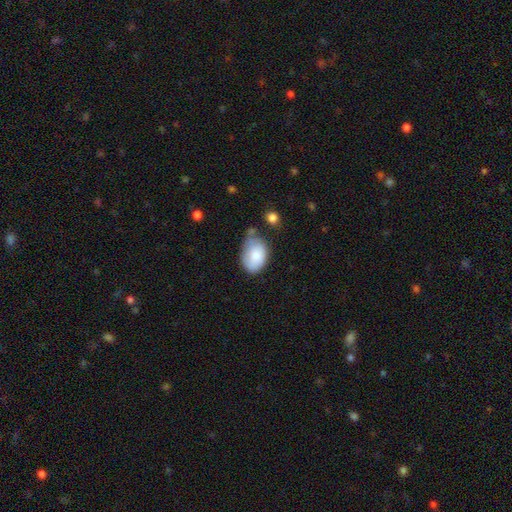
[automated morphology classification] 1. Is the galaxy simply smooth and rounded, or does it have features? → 82% smooth, 11% featured or disk, 6% star or artifact.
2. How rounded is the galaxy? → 86% in between, 12% round, 1% cigar-shaped.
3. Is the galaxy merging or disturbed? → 43% none, 38% minor disturbance, 11% major disturbance, 8% merger.